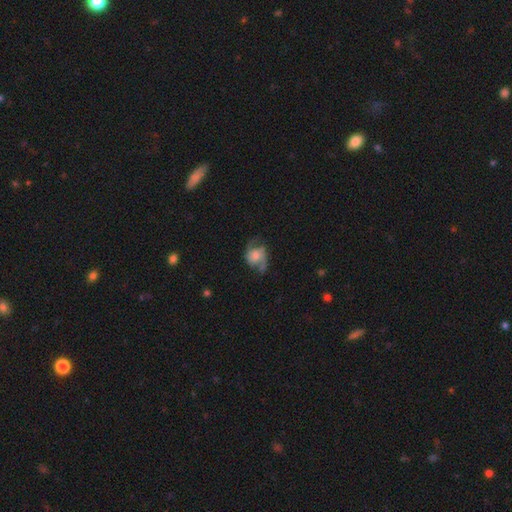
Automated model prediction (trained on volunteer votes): A featured or disk galaxy (66%) with no bar (71%), 2 (83%) medium (44%) spiral arms (88%) and a moderate central bulge (42%).

Vote fractions:
- Smooth or featured? featured or disk: 66% / smooth: 27% / star or artifact: 7%
- Edge-on disk? no: 97% / yes: 3%
- Bar? no: 71% / weak: 24% / strong: 5%
- Spiral arms? yes: 88% / no: 12%
- Spiral winding? medium: 44% / loose: 40% / tight: 16%
- Spiral arm count? 2: 83% / can't tell: 7% / 1: 5% / 3: 3% / 4: 1% / more than 4: 1%
- Bulge size? moderate: 42% / small: 34% / large: 13% / none: 8% / dominant: 3%
- Merging? none: 57% / minor disturbance: 23% / major disturbance: 18% / merger: 2%